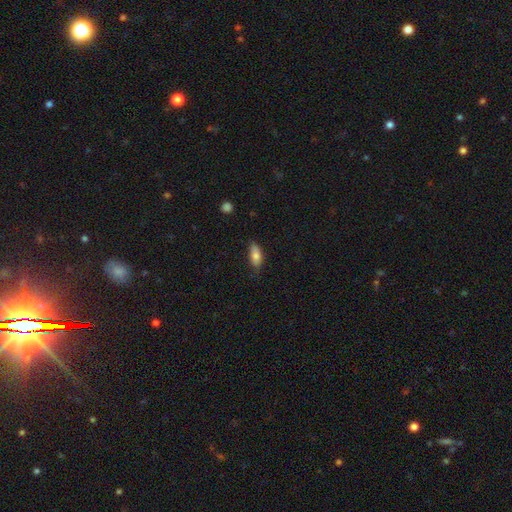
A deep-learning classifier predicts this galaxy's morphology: Overall: smooth (79%). How rounded: in between (81%). Merging: none (69%).